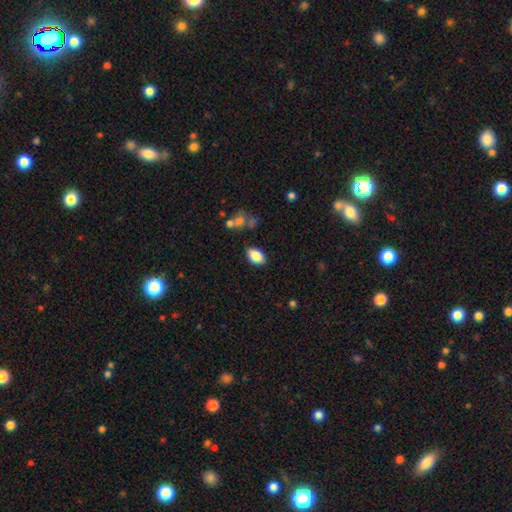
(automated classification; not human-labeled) smooth-or-featured: smooth: 85% | star or artifact: 8% | featured or disk: 7%
  how-rounded: in between: 89% | round: 9% | cigar-shaped: 2%
  merging: none: 83% | minor disturbance: 12% | major disturbance: 3% | merger: 3%